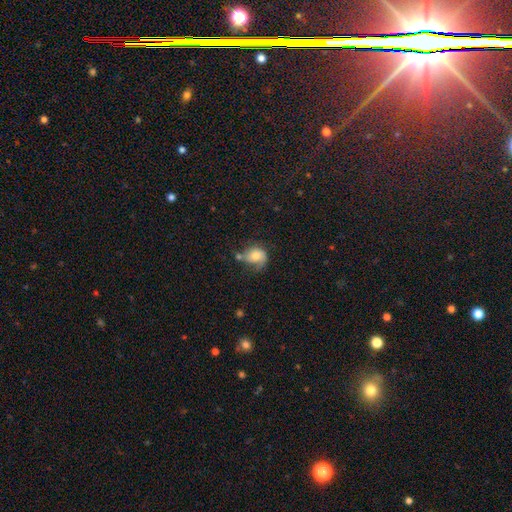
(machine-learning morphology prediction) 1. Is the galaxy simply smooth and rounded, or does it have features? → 52% smooth, 39% featured or disk, 9% star or artifact.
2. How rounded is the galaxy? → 56% round, 43% in between, 1% cigar-shaped.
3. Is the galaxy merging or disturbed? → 39% none, 28% minor disturbance, 20% major disturbance, 12% merger.